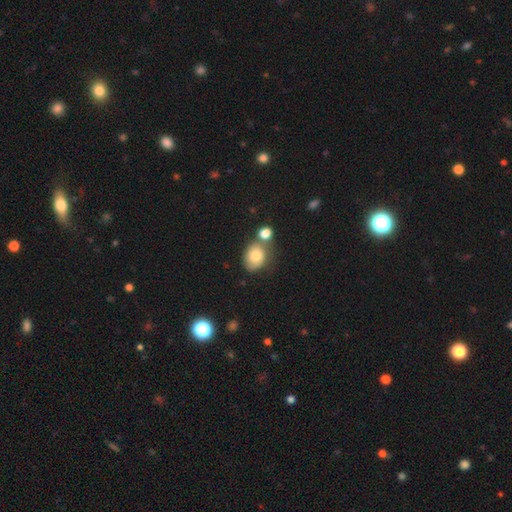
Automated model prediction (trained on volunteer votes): Q: Smooth or featured?
A: smooth (78%); runner-up: featured or disk (13%)
Q: How rounded?
A: in between (62%); runner-up: round (37%)
Q: Merging?
A: none (49%); runner-up: merger (28%)